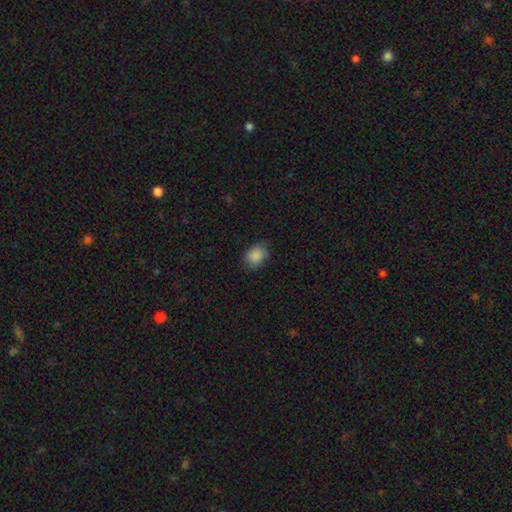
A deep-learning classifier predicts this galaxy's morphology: A smooth galaxy with no disk features (87%) that is in between round and cigar-shaped (52%). Merging: none (77%).